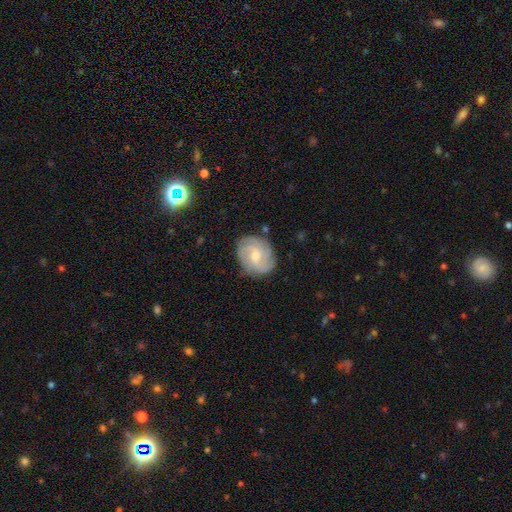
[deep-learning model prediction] featured or disk 72%, smooth 22%, star or artifact 6%. Down the decision tree: edge-on disk — no (97%); bar — no (52%); spiral arms — yes (93%); spiral arm count — can't tell (31%); spiral winding — tight (55%); bulge size — moderate (49%); merging — none (80%).